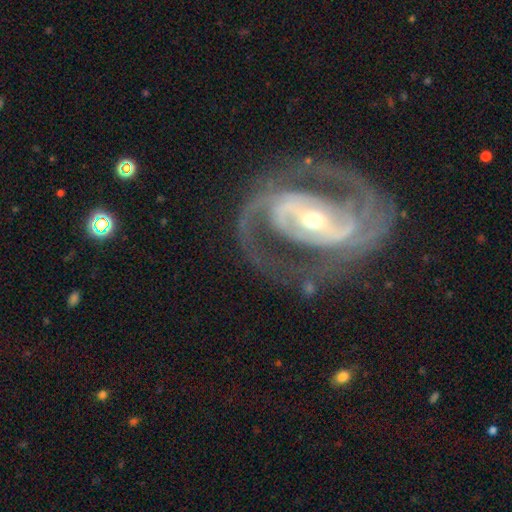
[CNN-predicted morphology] Smooth or featured? Predicted: featured or disk (p=0.91). Edge-on disk? Predicted: no (p=0.97). Bar? Predicted: strong (p=0.46). Spiral arms? Predicted: yes (p=0.97). Spiral winding? Predicted: medium (p=0.50). Spiral arm count? Predicted: 2 (p=0.88). Bulge size? Predicted: small (p=0.51). Merging? Predicted: none (p=0.74).